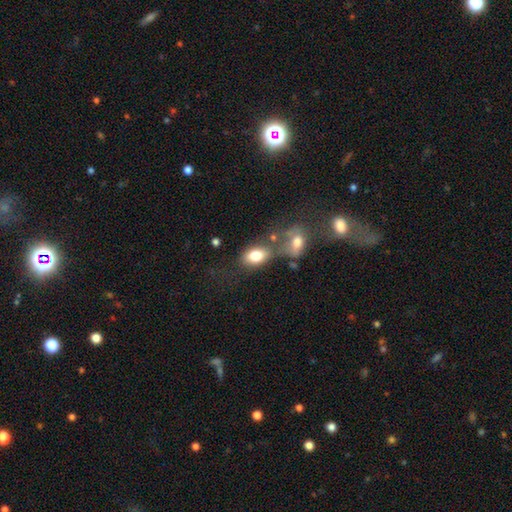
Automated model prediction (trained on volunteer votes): Smooth or featured: smooth — 78% (featured or disk — 13%)
How rounded: in between — 84% (round — 14%)
Merging: none — 43% (merger — 32%)